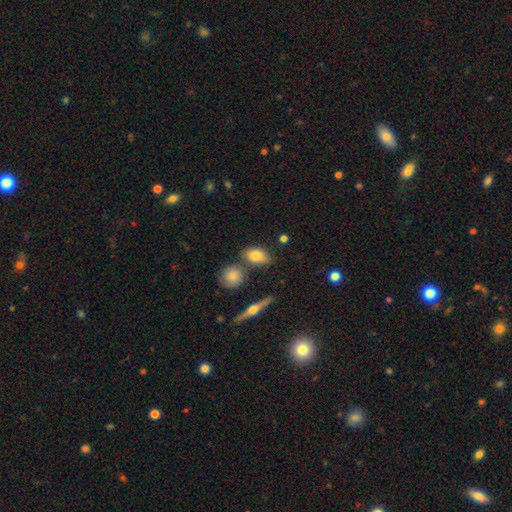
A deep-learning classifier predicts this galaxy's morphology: type=smooth (73%); roundness=in between (79%); merging=none (69%).